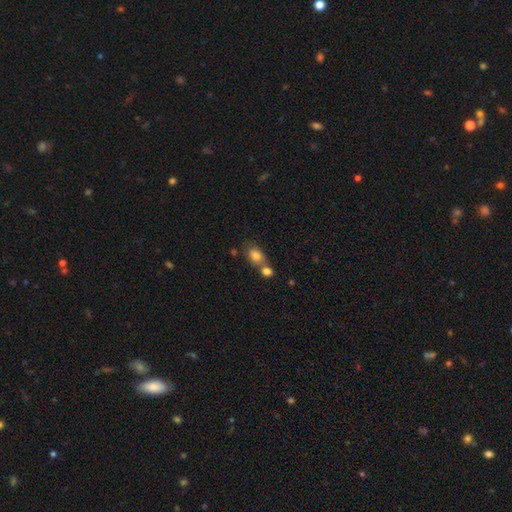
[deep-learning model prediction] smooth-or-featured: smooth: 81% | featured or disk: 10% | star or artifact: 10%
  how-rounded: in between: 72% | round: 26% | cigar-shaped: 2%
  merging: none: 43% | merger: 41% | minor disturbance: 12% | major disturbance: 4%